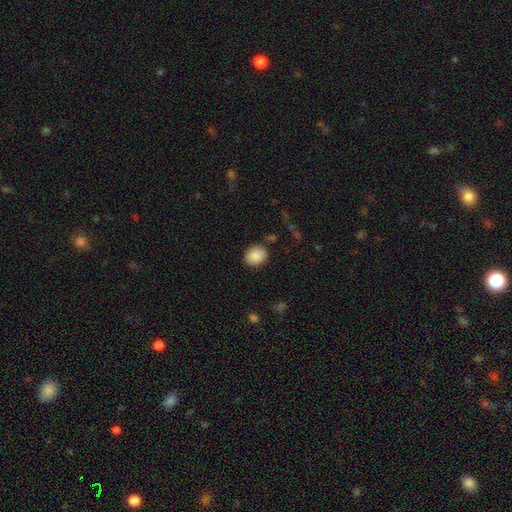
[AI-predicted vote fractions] Smooth or featured?
  - smooth: 89% *
  - star or artifact: 8%
  - featured or disk: 3%
How rounded?
  - round: 59% *
  - in between: 40%
  - cigar-shaped: 1%
Merging?
  - none: 85% *
  - minor disturbance: 10%
  - major disturbance: 3%
  - merger: 2%